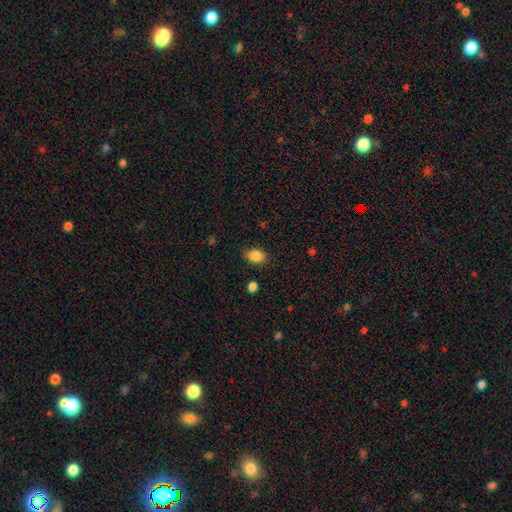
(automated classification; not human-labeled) A smooth galaxy with no disk features (86%) that is in between round and cigar-shaped (76%).

Vote fractions:
- Smooth or featured? smooth: 86% / star or artifact: 9% / featured or disk: 5%
- How rounded? in between: 76% / round: 22% / cigar-shaped: 1%
- Merging? none: 82% / minor disturbance: 13% / major disturbance: 3% / merger: 2%